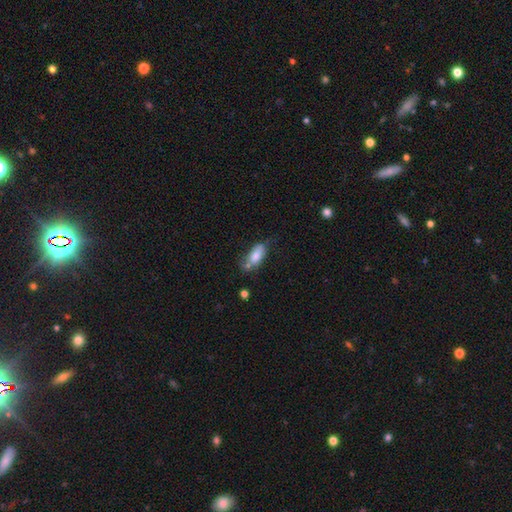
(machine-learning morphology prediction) smooth_or_featured: smooth (p=0.76) [alt: featured or disk p=0.16]
how_rounded: in between (p=0.84) [alt: cigar-shaped p=0.13]
merging: none (p=0.44) [alt: minor disturbance p=0.28]